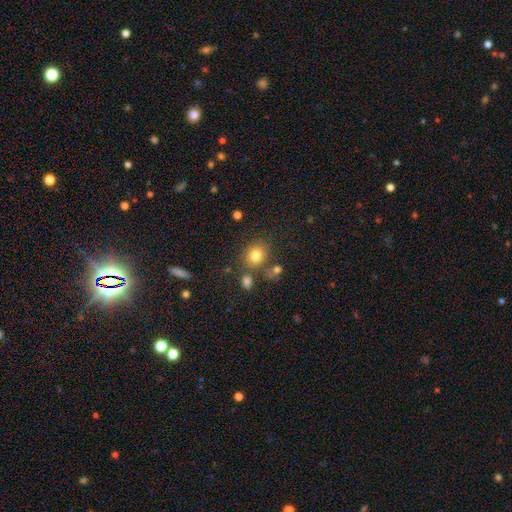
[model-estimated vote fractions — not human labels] smooth 78%, star or artifact 13%, featured or disk 9%. Down the decision tree: how rounded — round (69%); merging — none (71%).